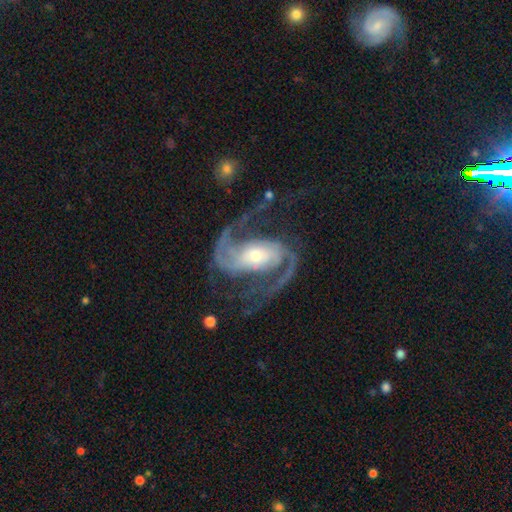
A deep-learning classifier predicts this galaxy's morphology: This is clearly a featured or disk galaxy (93%). It is clearly not viewed edge-on (98%). Bar: marginally no (35%). Spiral arm pattern: clearly yes (98%). Spiral arm count: clearly 2 (93%). Spiral winding: possibly medium (55%). Central bulge: possibly moderate (45%). Merging: likely none (70%).